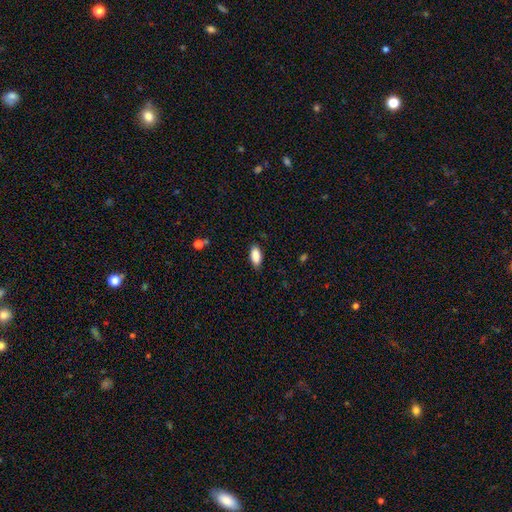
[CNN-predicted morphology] The model was most divided on "merging": none: 86%, minor disturbance: 11%, major disturbance: 2%, merger: 1%. More confident: smooth or featured — smooth (89%); how rounded — in between (89%).